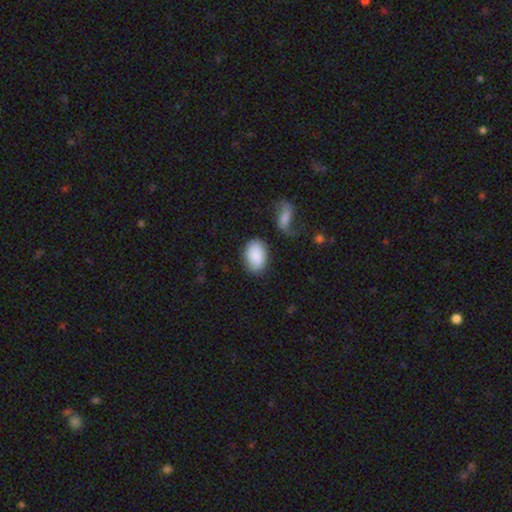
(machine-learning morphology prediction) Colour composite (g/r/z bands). It shows a smooth galaxy with no disk features (87%) that is in between round and cigar-shaped (89%). Merging: none (76%).